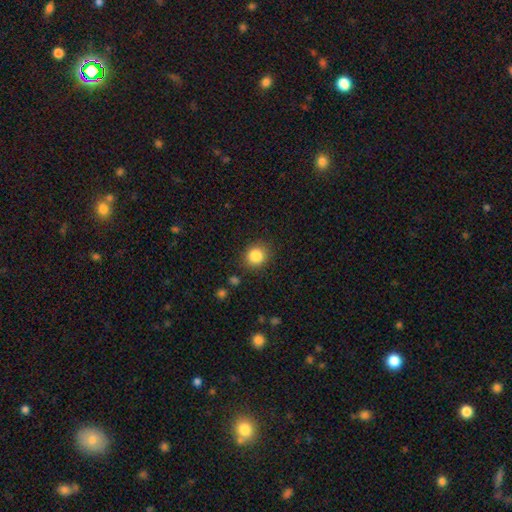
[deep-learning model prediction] This appears to be a smooth galaxy with no disk features (85%) that is round (81%). Merging: none (85%).